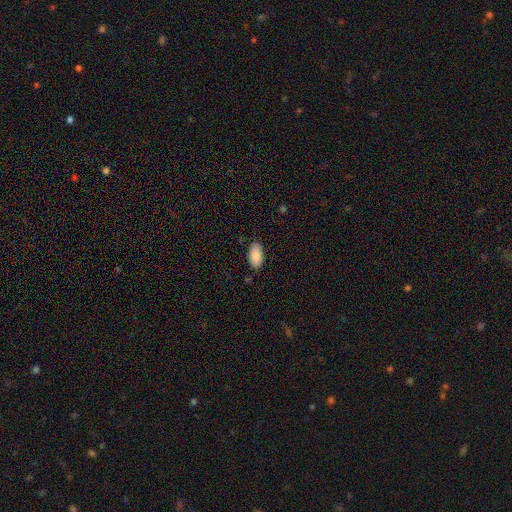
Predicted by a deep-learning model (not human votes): Morphology: type=smooth (89%); roundness=in between (95%); merging=none (83%).